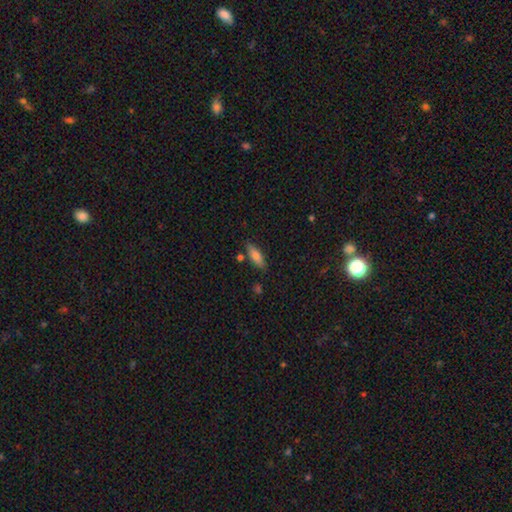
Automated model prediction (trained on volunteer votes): This is likely a smooth galaxy (74%). How rounded: possibly in between (54%). Merging: likely none (79%).